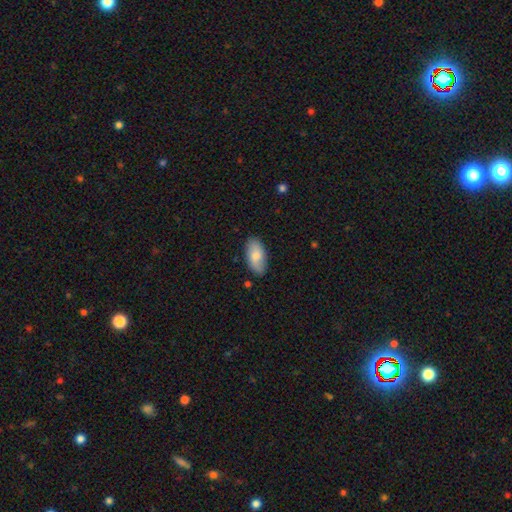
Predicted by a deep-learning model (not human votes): This is likely a smooth galaxy (70%). How rounded: clearly in between (93%). Merging: clearly none (83%).